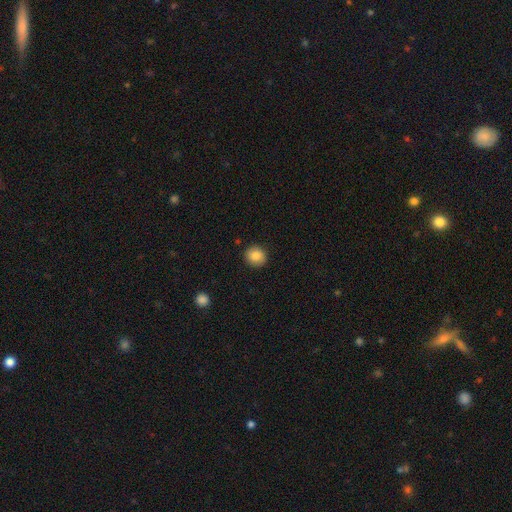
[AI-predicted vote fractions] Overall: smooth (86%). How rounded: round (87%). Merging: none (90%).